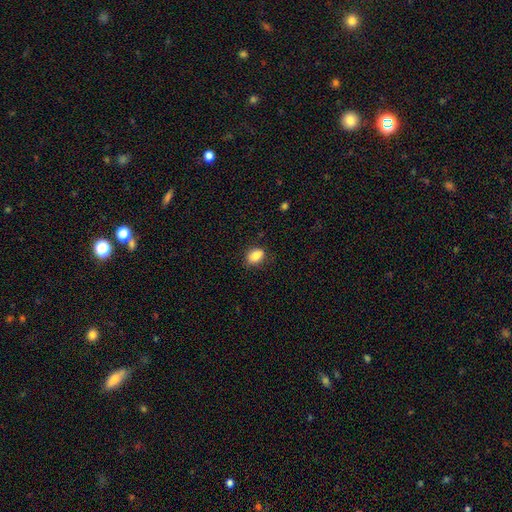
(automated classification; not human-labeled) A smooth galaxy with no disk features (84%) that is in between round and cigar-shaped (69%). Merging: none (78%).